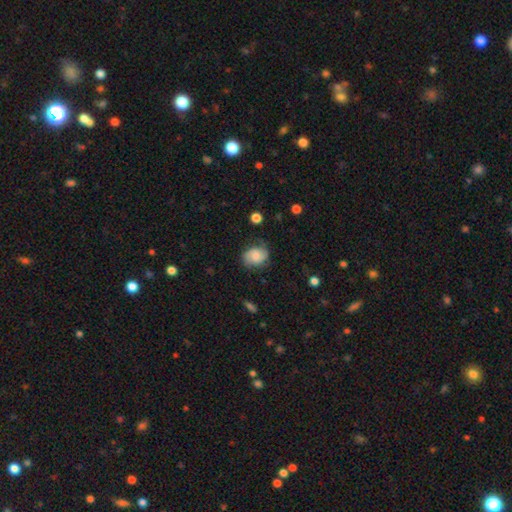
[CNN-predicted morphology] smooth-or-featured: featured or disk: 50% | smooth: 41% | star or artifact: 8%
  disk-edge-on: no: 97% | yes: 3%
  merging: none: 66% | minor disturbance: 24% | major disturbance: 9% | merger: 2%